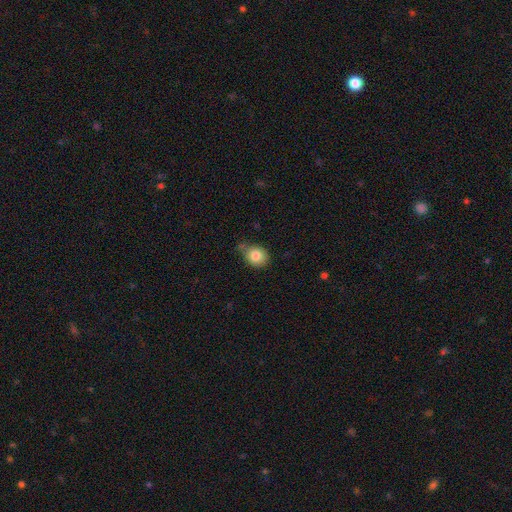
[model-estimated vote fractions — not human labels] smooth 83%, star or artifact 9%, featured or disk 8%. Down the decision tree: how rounded — round (67%); merging — none (60%).